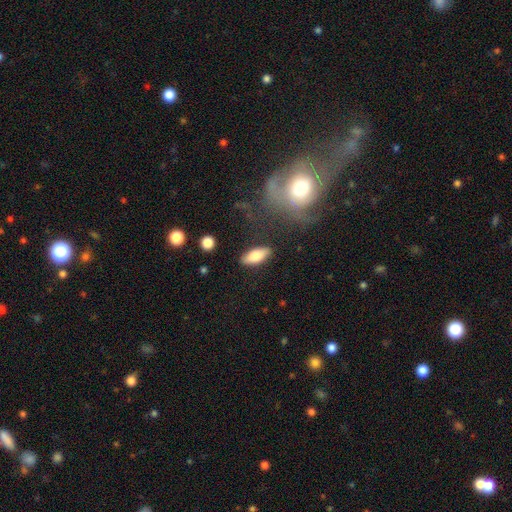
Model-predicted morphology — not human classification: Smooth or featured: smooth — 78% (featured or disk — 15%)
How rounded: in between — 81% (cigar-shaped — 17%)
Merging: none — 85% (minor disturbance — 10%)